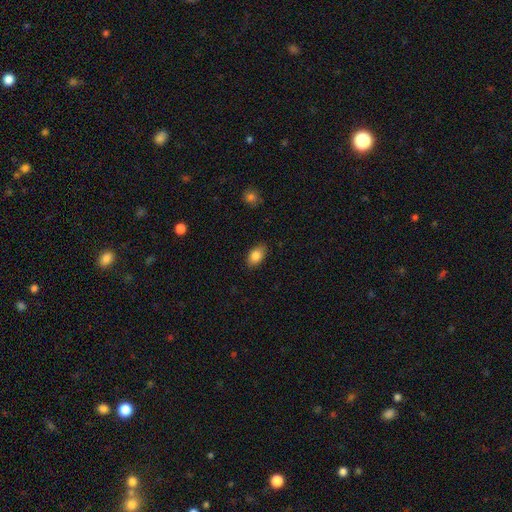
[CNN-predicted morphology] type=smooth (84%); roundness=in between (88%); merging=none (85%).